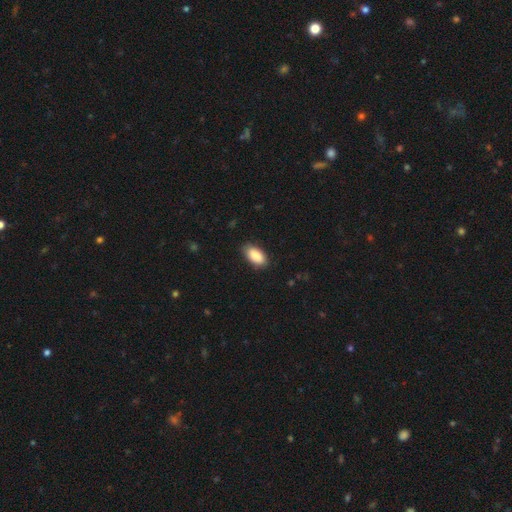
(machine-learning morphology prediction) Smooth or featured?
  - smooth: 88% *
  - star or artifact: 6%
  - featured or disk: 6%
How rounded?
  - in between: 94% *
  - round: 3%
  - cigar-shaped: 3%
Merging?
  - none: 85% *
  - minor disturbance: 12%
  - major disturbance: 2%
  - merger: 1%